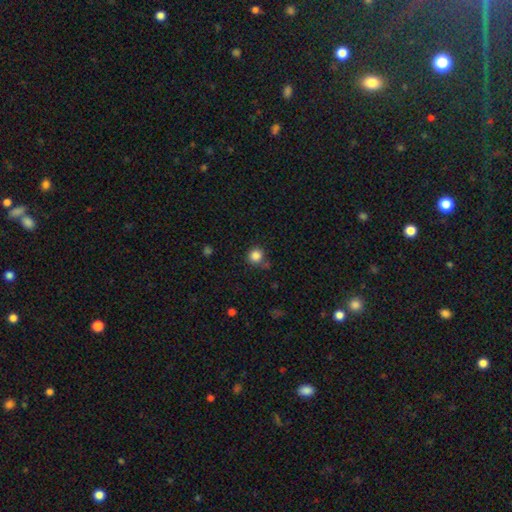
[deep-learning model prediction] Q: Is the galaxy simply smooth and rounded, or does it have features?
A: smooth — 85%.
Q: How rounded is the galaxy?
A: round — 92%.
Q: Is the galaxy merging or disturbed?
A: none — 76%.